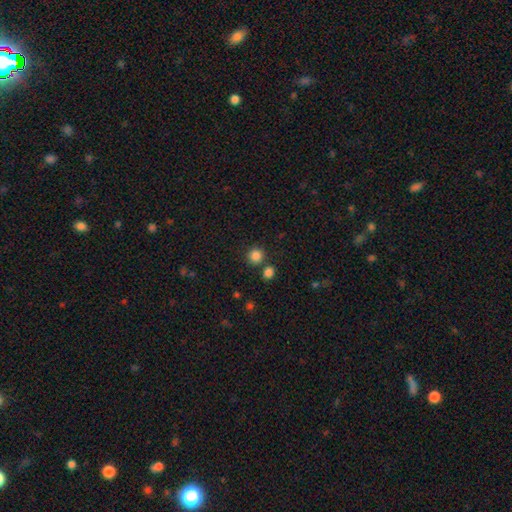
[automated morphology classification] smooth 85%, star or artifact 11%, featured or disk 4%. Down the decision tree: how rounded — round (90%); merging — none (76%).